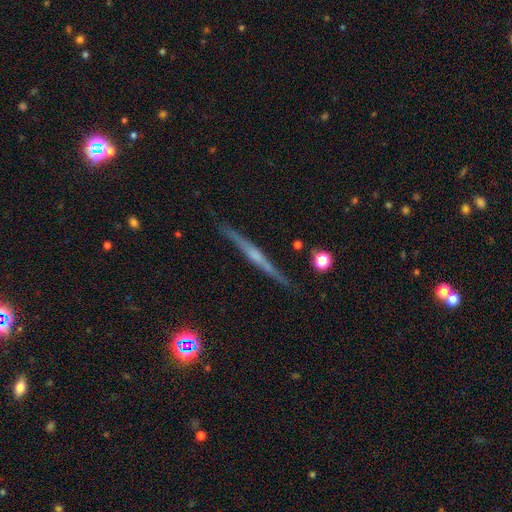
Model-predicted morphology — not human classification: smooth_or_featured: featured or disk (p=0.75) [alt: smooth p=0.17]
disk_edge_on: yes (p=0.98) [alt: no p=0.02]
edge_on_bulge: rounded (p=0.53) [alt: none p=0.32]
merging: none (p=0.89) [alt: minor disturbance p=0.08]